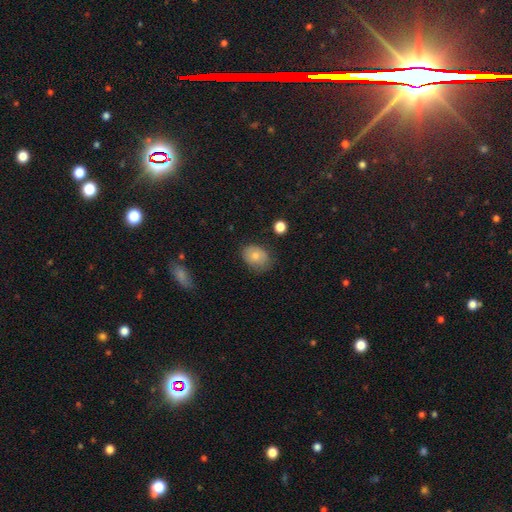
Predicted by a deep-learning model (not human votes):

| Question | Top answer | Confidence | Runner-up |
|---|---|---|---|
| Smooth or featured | smooth | 77% | featured or disk (15%) |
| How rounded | in between | 67% | round (32%) |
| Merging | none | 69% | minor disturbance (23%) |